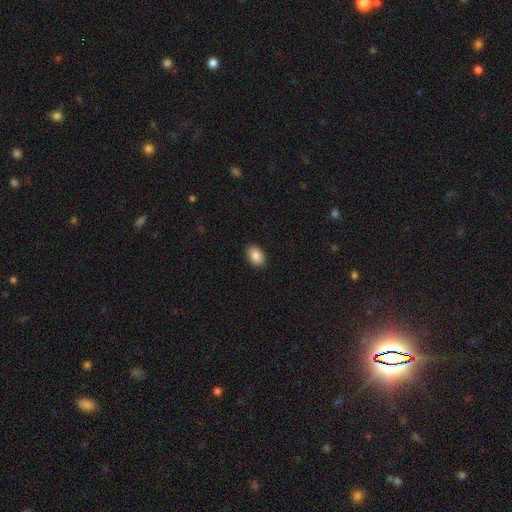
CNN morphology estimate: smooth 86%, star or artifact 7%, featured or disk 6%. Down the decision tree: how rounded — in between (86%); merging — none (90%).